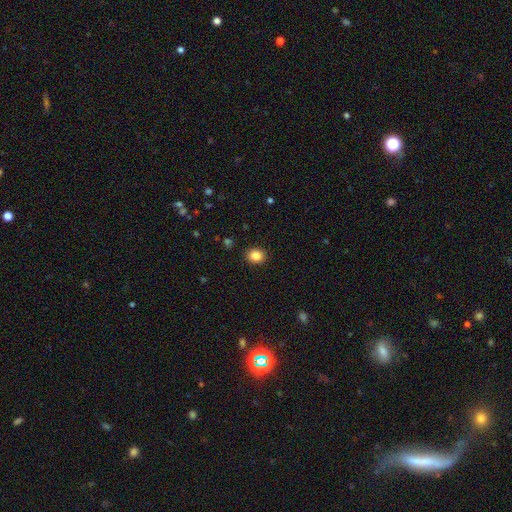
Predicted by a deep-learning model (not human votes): Smooth or featured: smooth — 85% (star or artifact — 10%)
How rounded: round — 66% (in between — 33%)
Merging: none — 91% (minor disturbance — 6%)